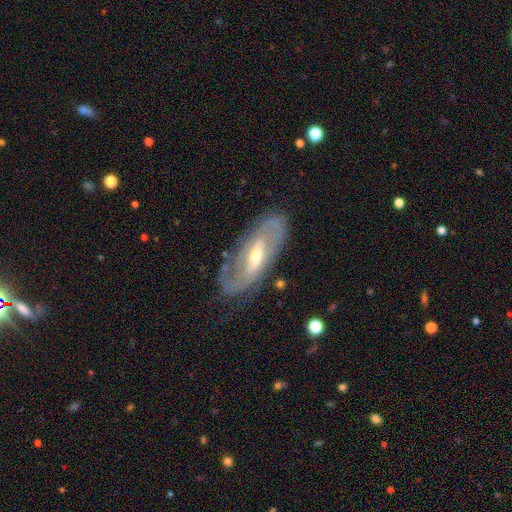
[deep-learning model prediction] Overall: featured or disk (81%). Edge-on disk: no (88%). Bar: weak (39%, tied with strong). Spiral arms: yes (83%). Spiral arm count: 2 (67%). Spiral winding: tight (41%; medium 40%). Bulge size: small (50%; moderate 46%). Merging: none (75%).